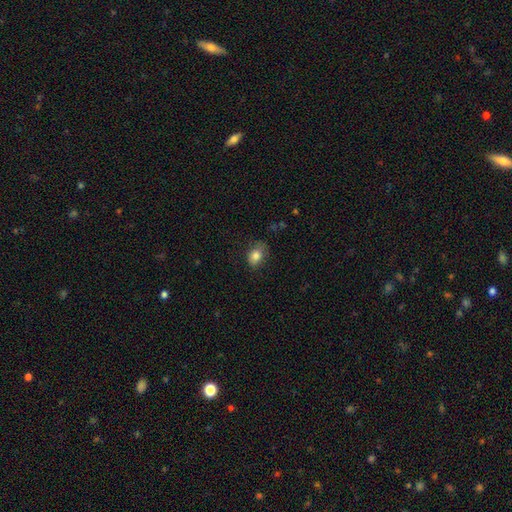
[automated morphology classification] Smooth or featured?
  - smooth: 83% *
  - star or artifact: 9%
  - featured or disk: 8%
How rounded?
  - in between: 67% *
  - round: 32%
  - cigar-shaped: 1%
Merging?
  - none: 64% *
  - minor disturbance: 26%
  - major disturbance: 9%
  - merger: 2%